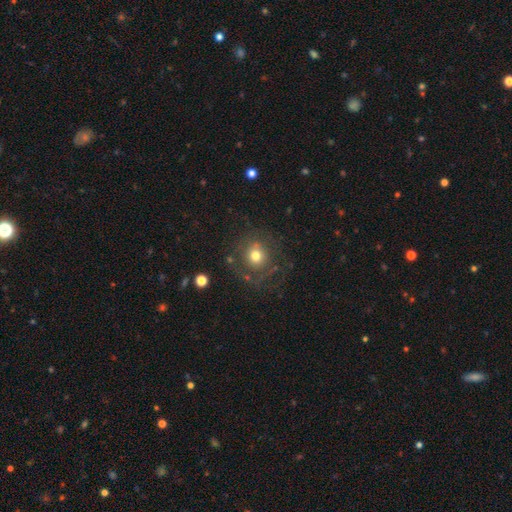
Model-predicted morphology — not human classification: smooth_or_featured: smooth (p=0.62) [alt: featured or disk p=0.24]
how_rounded: round (p=0.89) [alt: in between p=0.10]
merging: none (p=0.71) [alt: minor disturbance p=0.14]